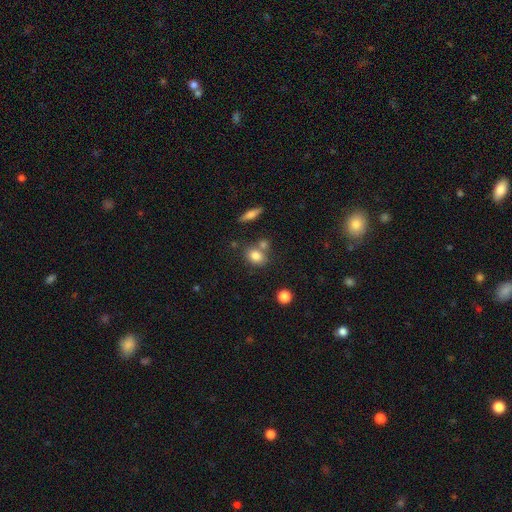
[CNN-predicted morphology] A smooth galaxy with no disk features (80%) that is in between round and cigar-shaped (55%). Merging: none (60%).